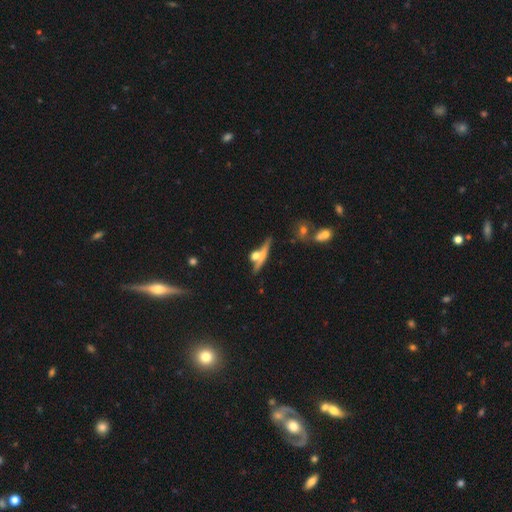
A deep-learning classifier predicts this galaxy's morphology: This is possibly a featured or disk galaxy (47%). Merging: possibly none (51%).